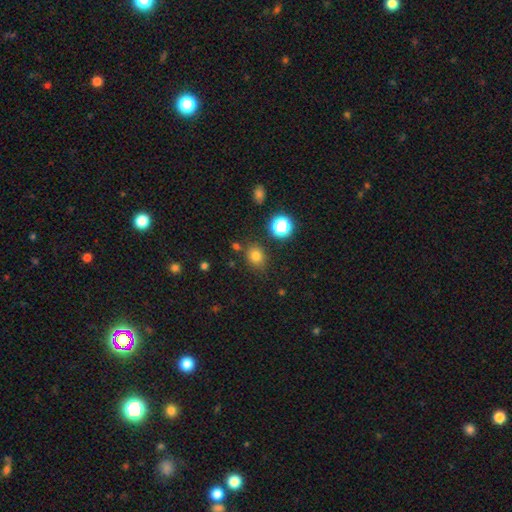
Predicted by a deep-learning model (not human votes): A smooth galaxy with no disk features (76%) that is round (60%). Merging: none (77%).